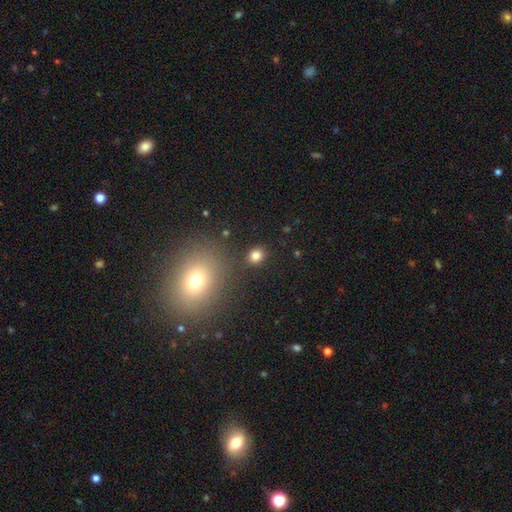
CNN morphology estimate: Smooth or featured? Predicted: smooth (p=0.81). How rounded? Predicted: round (p=0.72). Merging? Predicted: none (p=0.85).